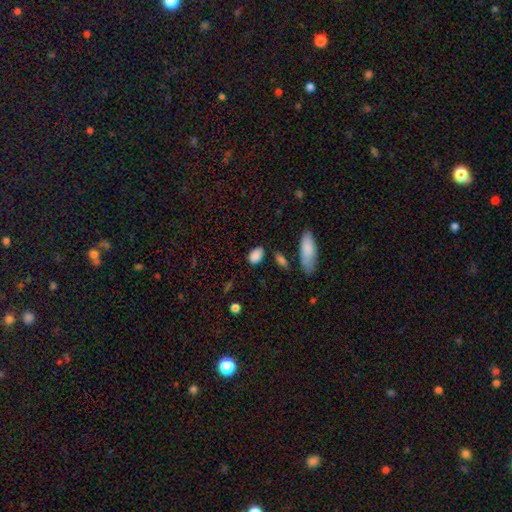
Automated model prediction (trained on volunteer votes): A smooth galaxy with no disk features (88%) that is in between round and cigar-shaped (89%). Merging: none (80%).